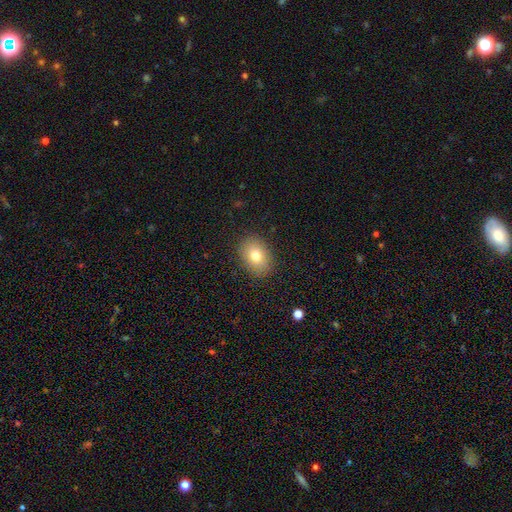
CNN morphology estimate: A smooth galaxy with no disk features (78%) that is in between round and cigar-shaped (67%). Merging: none (88%).